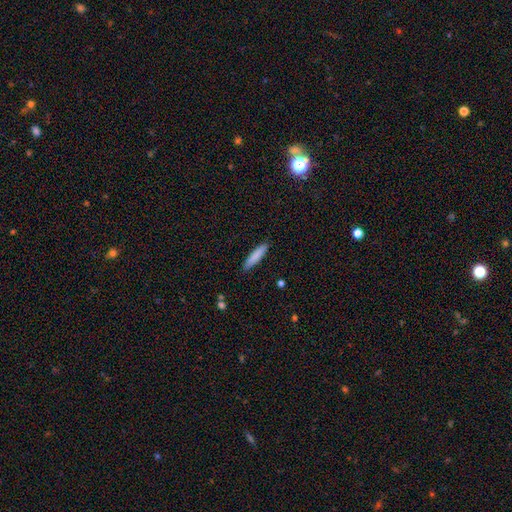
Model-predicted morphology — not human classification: The model was most divided on "smooth or featured": smooth: 83%, featured or disk: 11%, star or artifact: 6%. More confident: merging — none (89%); how rounded — cigar-shaped (86%).